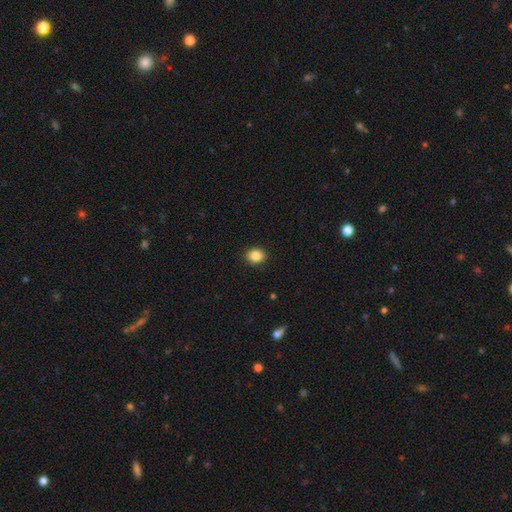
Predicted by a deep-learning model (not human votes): This appears to be a smooth galaxy with no disk features (86%) that is round (62%). Merging: none (91%).